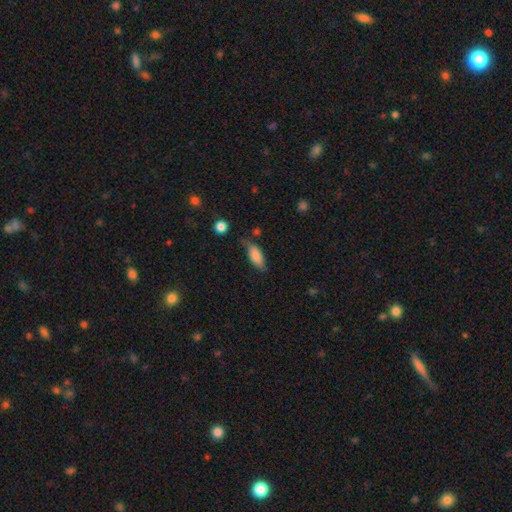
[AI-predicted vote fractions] Q: Smooth or featured?
A: smooth (83%); runner-up: featured or disk (10%)
Q: How rounded?
A: in between (79%); runner-up: cigar-shaped (19%)
Q: Merging?
A: none (63%); runner-up: minor disturbance (27%)